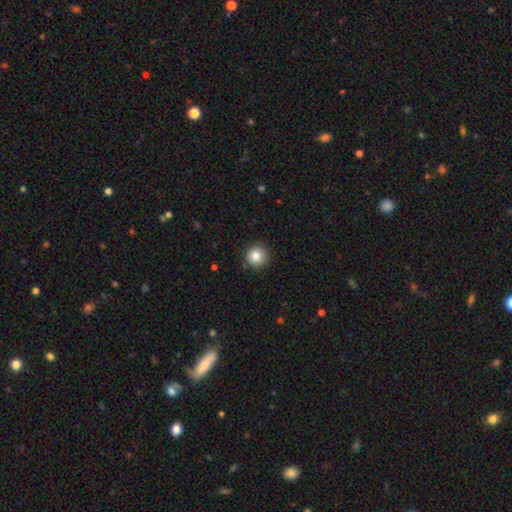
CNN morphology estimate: This is clearly a smooth galaxy (84%). How rounded: clearly round (95%). Merging: clearly none (89%).